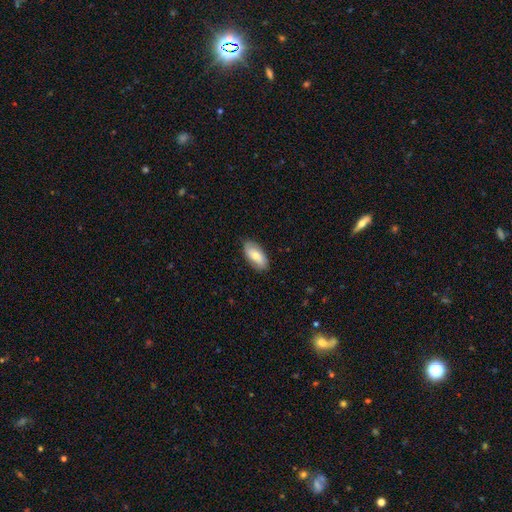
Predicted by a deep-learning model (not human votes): Q: Smooth or featured?
A: smooth (67%); runner-up: featured or disk (27%)
Q: How rounded?
A: in between (92%); runner-up: cigar-shaped (5%)
Q: Merging?
A: none (83%); runner-up: minor disturbance (14%)